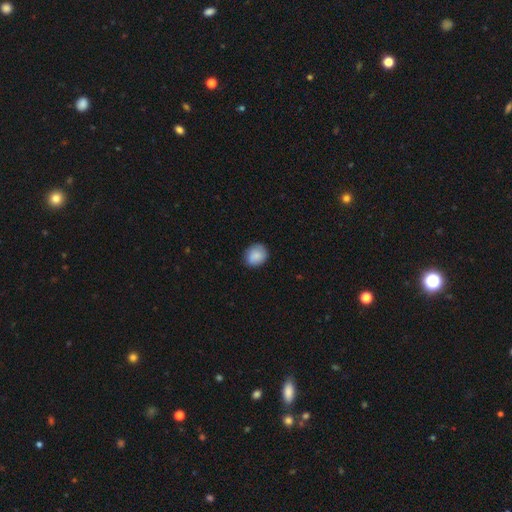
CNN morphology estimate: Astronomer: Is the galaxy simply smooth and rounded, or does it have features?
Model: smooth — 84%.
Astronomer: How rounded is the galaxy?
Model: round — 69%.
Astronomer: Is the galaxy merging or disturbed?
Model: none — 82%.